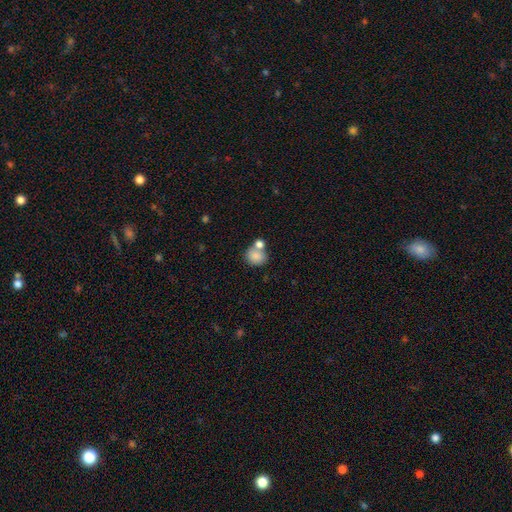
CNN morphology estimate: A smooth galaxy with no disk features (82%) that is round (68%). Merging: none (47%).